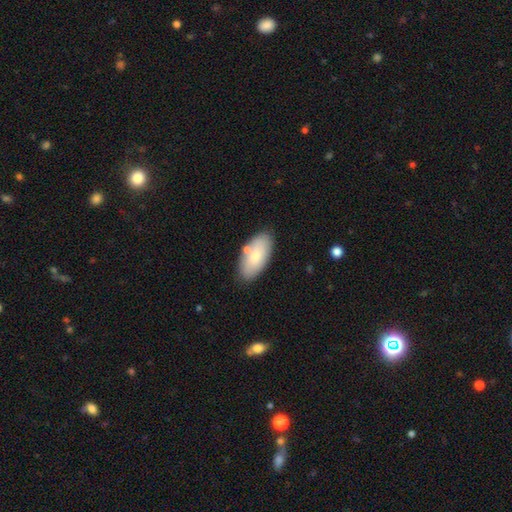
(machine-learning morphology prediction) smooth-or-featured: smooth: 77% | featured or disk: 17% | star or artifact: 6%
  how-rounded: in between: 94% | cigar-shaped: 4% | round: 2%
  merging: none: 78% | minor disturbance: 13% | merger: 6% | major disturbance: 3%